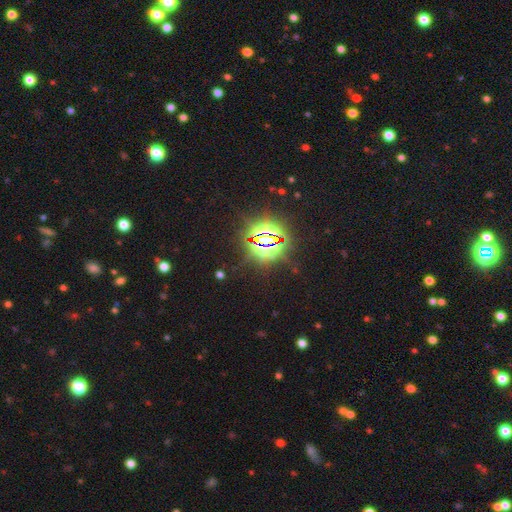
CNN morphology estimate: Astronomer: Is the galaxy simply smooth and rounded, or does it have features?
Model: star or artifact — 84%.